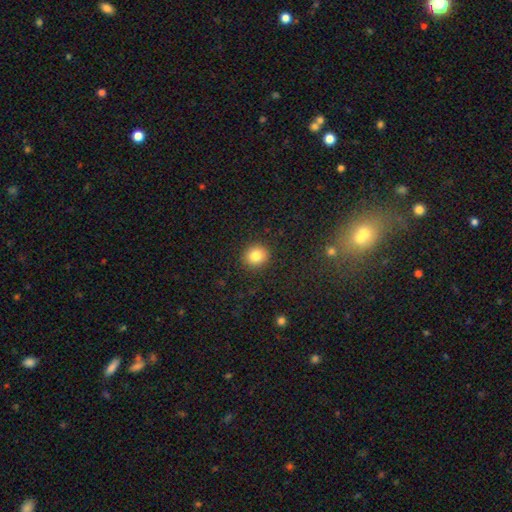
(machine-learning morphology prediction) Smooth or featured: smooth — 83% (star or artifact — 11%)
How rounded: round — 87% (in between — 12%)
Merging: none — 91% (minor disturbance — 6%)